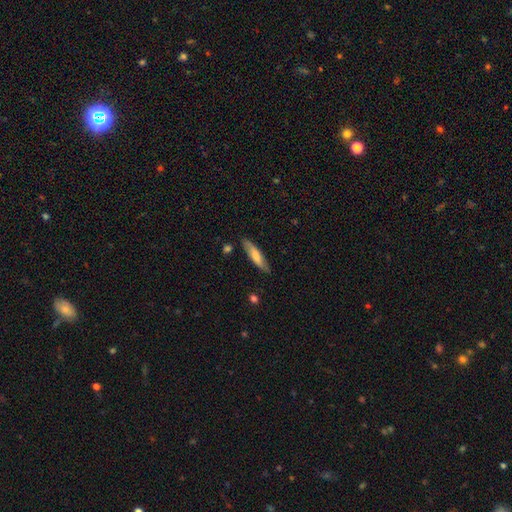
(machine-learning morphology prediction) smooth_or_featured: smooth (p=0.66) [alt: featured or disk p=0.28]
how_rounded: cigar-shaped (p=0.77) [alt: in between p=0.22]
merging: none (p=0.83) [alt: minor disturbance p=0.13]